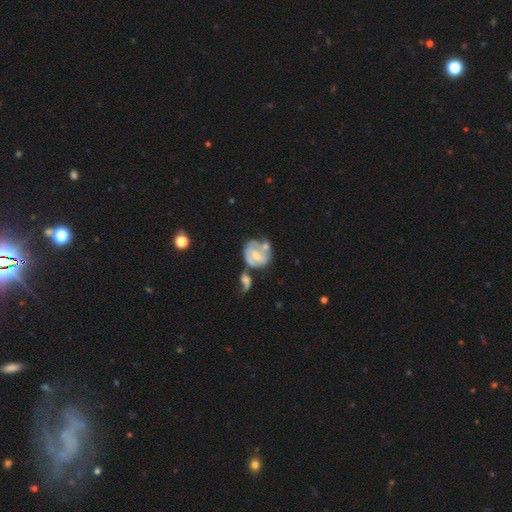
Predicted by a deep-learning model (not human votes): This is likely a featured or disk galaxy (64%). It is clearly not viewed edge-on (97%). Bar: marginally no (45%). Spiral arm pattern: likely yes (67%). Central bulge: marginally small (43%). Merging: marginally merger (36%).